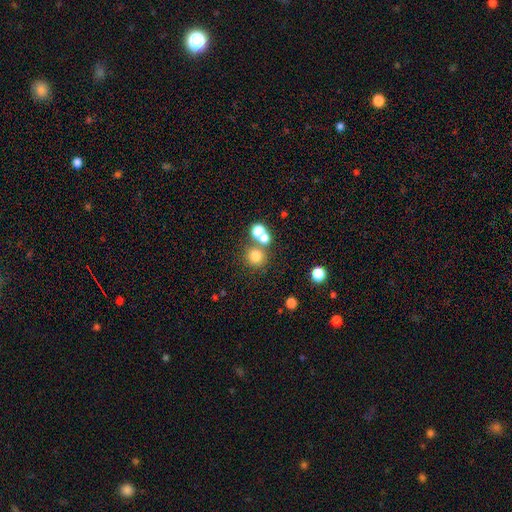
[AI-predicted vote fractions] Smooth or featured: smooth — 73% (star or artifact — 17%)
How rounded: round — 90% (in between — 9%)
Merging: none — 61% (merger — 28%)